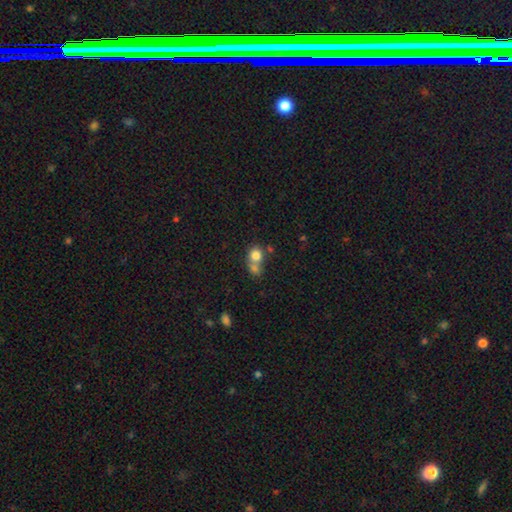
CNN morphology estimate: This appears to be a smooth galaxy with no disk features (78%) that is round (71%). Merging: merger (57%).